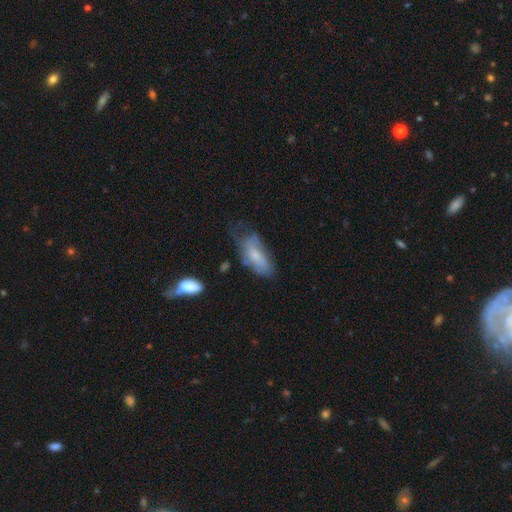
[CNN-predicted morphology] Smooth or featured? smooth (58%)
How rounded? in between (86%)
Merging? none (37%)